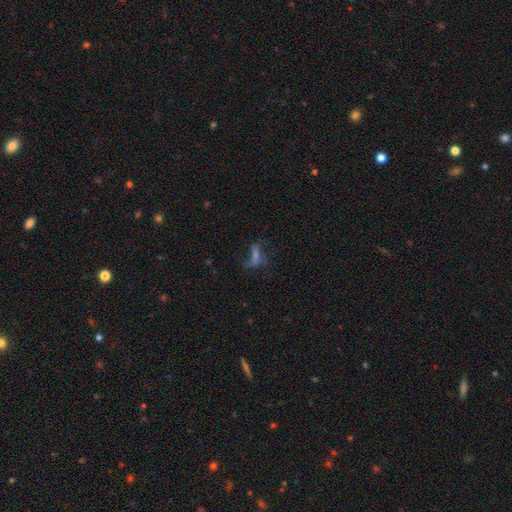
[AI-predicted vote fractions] Smooth or featured?
  - featured or disk: 43% *
  - smooth: 30%
  - star or artifact: 27%
Merging?
  - none: 43% *
  - major disturbance: 33%
  - minor disturbance: 19%
  - merger: 5%